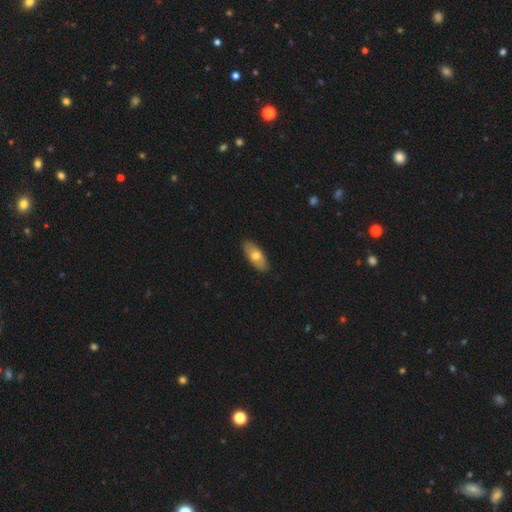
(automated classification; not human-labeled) Q: Smooth or featured?
A: smooth (68%); runner-up: featured or disk (27%)
Q: How rounded?
A: in between (84%); runner-up: cigar-shaped (13%)
Q: Merging?
A: none (88%); runner-up: minor disturbance (9%)